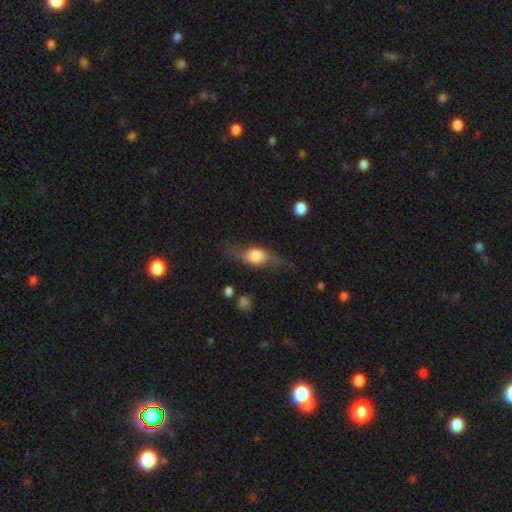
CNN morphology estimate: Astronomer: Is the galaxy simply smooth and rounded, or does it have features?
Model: smooth — 52% (runner-up: featured or disk, 41%).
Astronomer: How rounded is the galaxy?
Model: in between — 62%.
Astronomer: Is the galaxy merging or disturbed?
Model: none — 66%.